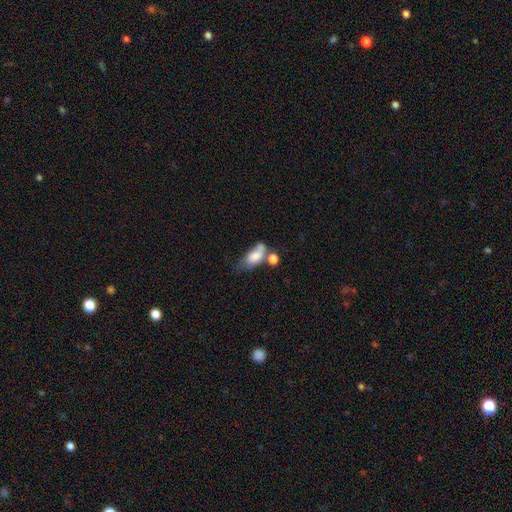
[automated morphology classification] Overall: smooth (71%). How rounded: in between (84%). Merging: merger (36%; none 24%).